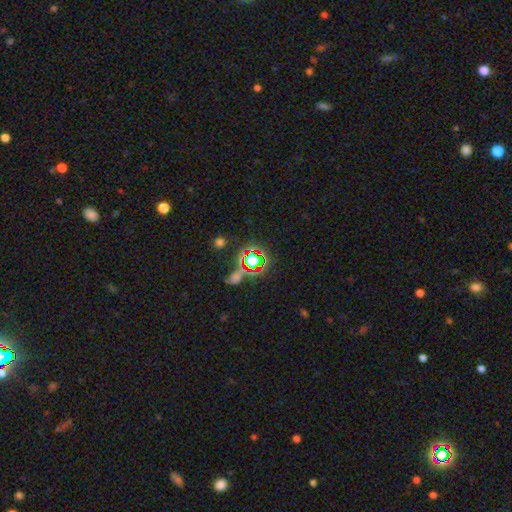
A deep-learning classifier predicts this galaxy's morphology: A star or artifact, not a galaxy (74%).

Vote fractions:
- Smooth or featured? star or artifact: 74% / smooth: 17% / featured or disk: 9%